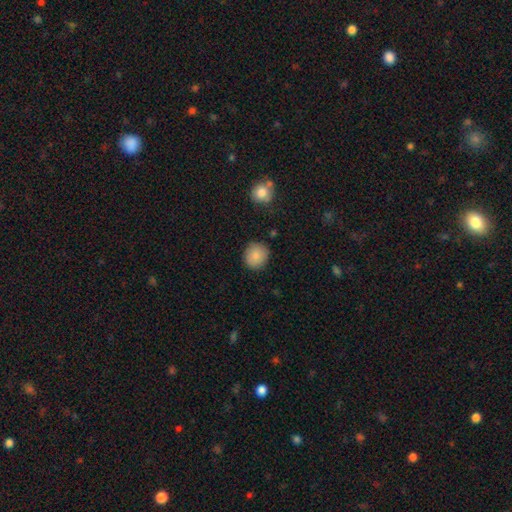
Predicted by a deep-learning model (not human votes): Smooth or featured? smooth (86%)
How rounded? round (89%)
Merging? none (87%)